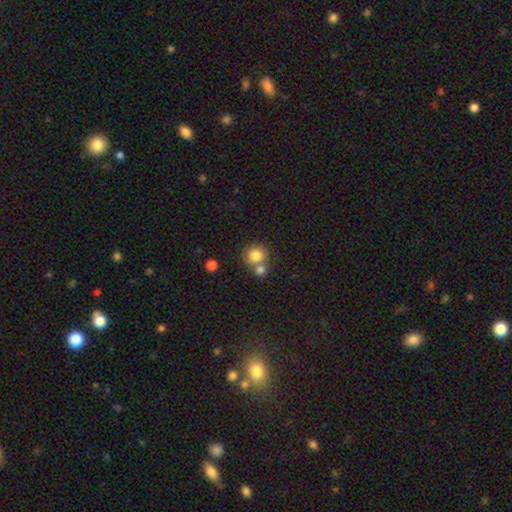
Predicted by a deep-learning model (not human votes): Morphology: type=smooth (82%); roundness=round (87%); merging=none (52%).